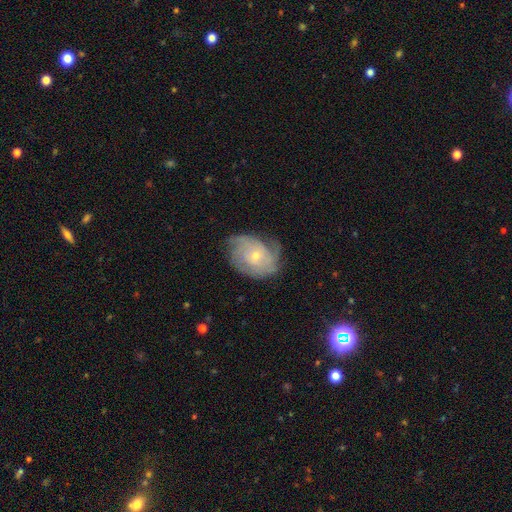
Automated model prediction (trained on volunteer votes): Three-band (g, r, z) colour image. It shows a featured or disk galaxy (78%) with no bar (76%), tight (61%) spiral arms (94%) and a small central bulge (66%). Merging: none (69%).